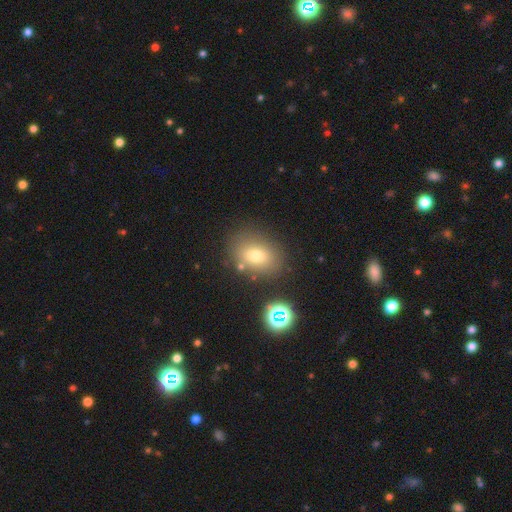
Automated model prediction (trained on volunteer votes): Smooth or featured? smooth (71%)
How rounded? in between (65%)
Merging? none (79%)